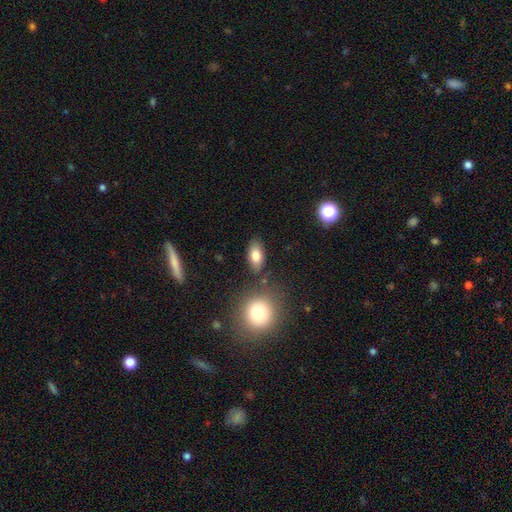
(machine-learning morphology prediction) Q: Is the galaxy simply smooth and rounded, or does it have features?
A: smooth — 81%.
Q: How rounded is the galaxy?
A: in between — 89%.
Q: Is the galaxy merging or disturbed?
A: none — 79%.